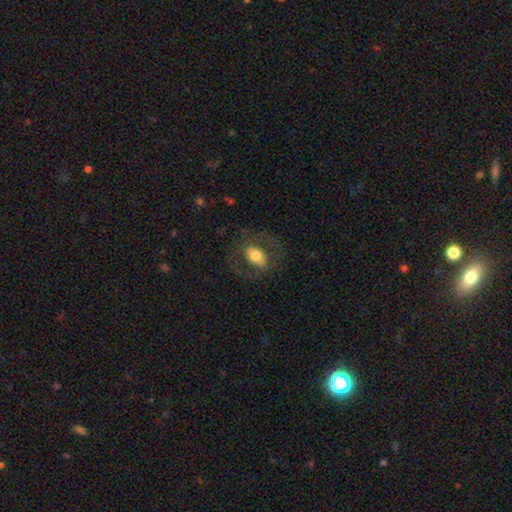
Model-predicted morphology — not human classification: type=smooth (52%); roundness=in between (77%); merging=none (68%).